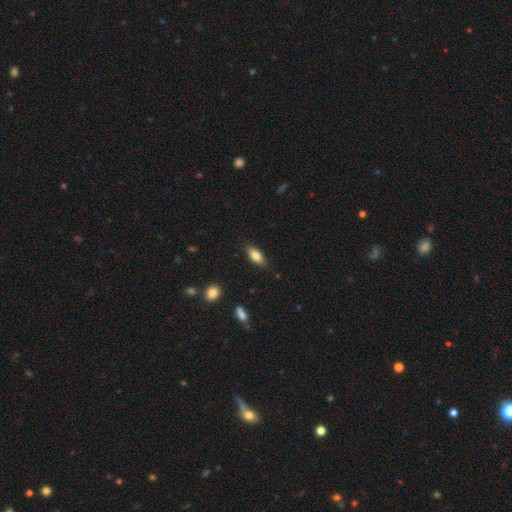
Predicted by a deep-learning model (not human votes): smooth-or-featured: smooth: 78% | featured or disk: 14% | star or artifact: 7%
  how-rounded: in between: 81% | cigar-shaped: 15% | round: 3%
  merging: none: 84% | minor disturbance: 12% | major disturbance: 2% | merger: 1%